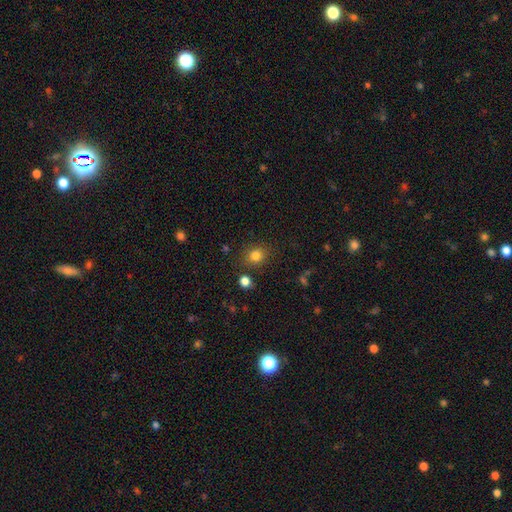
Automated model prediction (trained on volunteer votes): This appears to be a smooth galaxy with no disk features (81%) that is round (74%). Merging: none (81%).